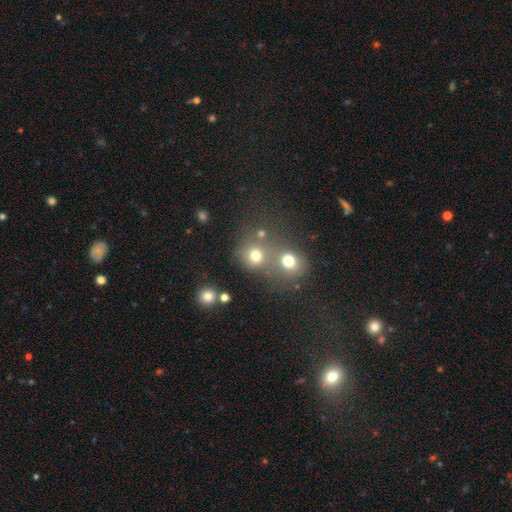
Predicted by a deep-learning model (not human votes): This appears to be a smooth galaxy with no disk features (73%) that is round (82%). Merging: none (46%).